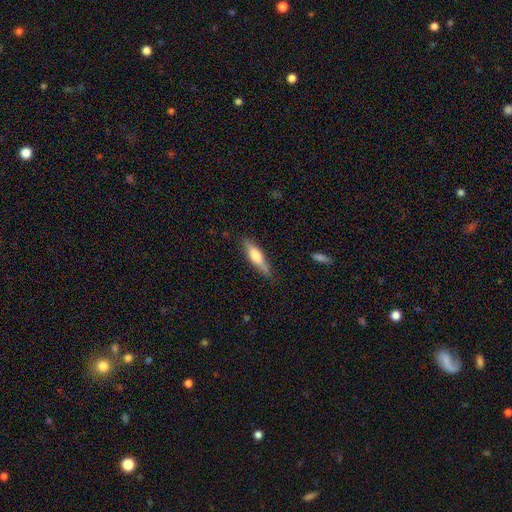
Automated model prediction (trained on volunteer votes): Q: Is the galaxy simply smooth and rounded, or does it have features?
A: smooth — 57%.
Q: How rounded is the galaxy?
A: cigar-shaped — 70%.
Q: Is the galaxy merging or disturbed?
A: none — 79%.